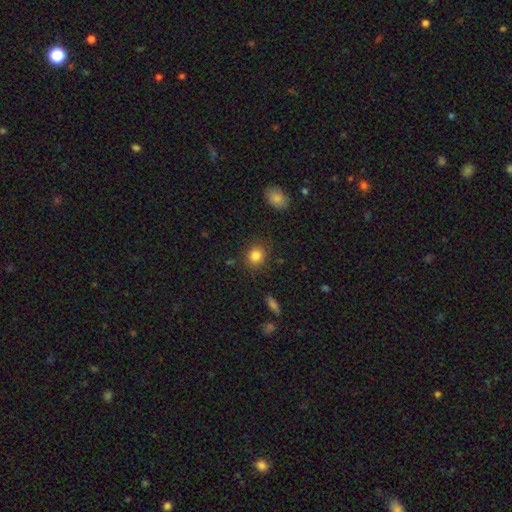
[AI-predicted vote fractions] Q: Smooth or featured?
A: smooth (84%); runner-up: star or artifact (10%)
Q: How rounded?
A: round (75%); runner-up: in between (24%)
Q: Merging?
A: none (86%); runner-up: minor disturbance (10%)